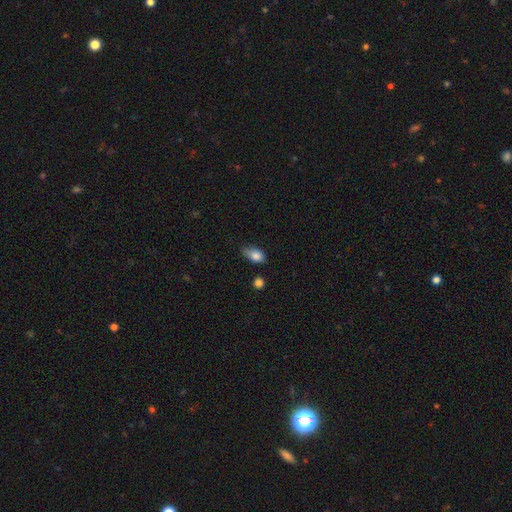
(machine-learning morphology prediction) This appears to be a smooth galaxy with no disk features (83%) that is in between round and cigar-shaped (86%). Merging: none (44%).